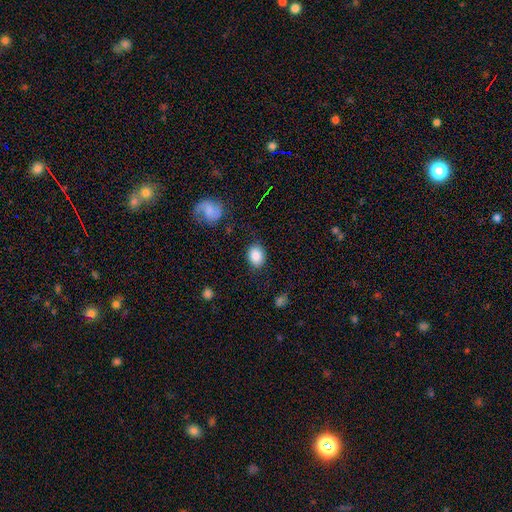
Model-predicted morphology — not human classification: Smooth or featured?
  - smooth: 86% *
  - star or artifact: 8%
  - featured or disk: 6%
How rounded?
  - in between: 60% *
  - round: 39%
  - cigar-shaped: 1%
Merging?
  - none: 82% *
  - minor disturbance: 12%
  - major disturbance: 4%
  - merger: 2%